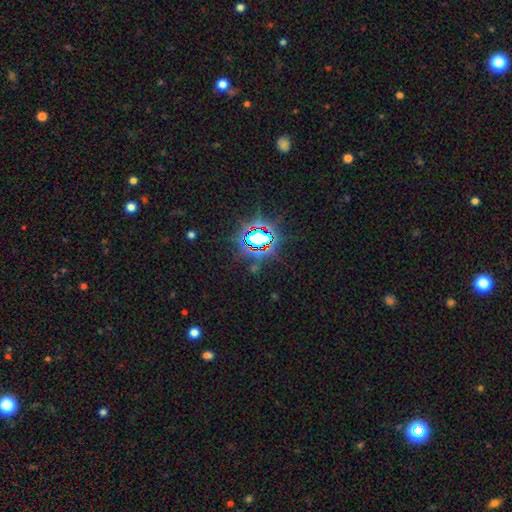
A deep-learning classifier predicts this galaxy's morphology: type=star or artifact (81%).